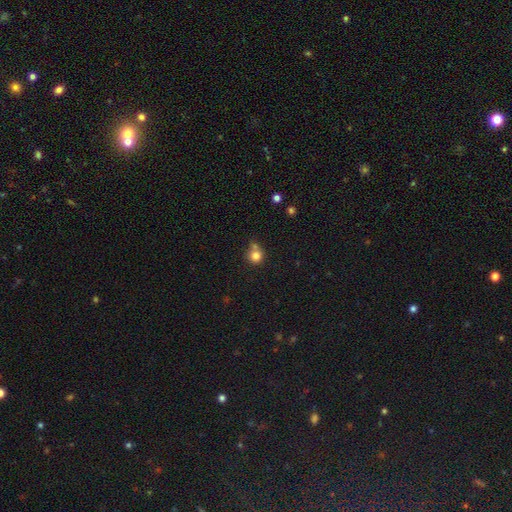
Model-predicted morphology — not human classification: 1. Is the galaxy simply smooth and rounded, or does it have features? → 81% smooth, 12% star or artifact, 8% featured or disk.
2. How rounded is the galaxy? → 91% round, 9% in between, 1% cigar-shaped.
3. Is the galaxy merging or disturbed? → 55% none, 28% merger, 12% minor disturbance, 4% major disturbance.